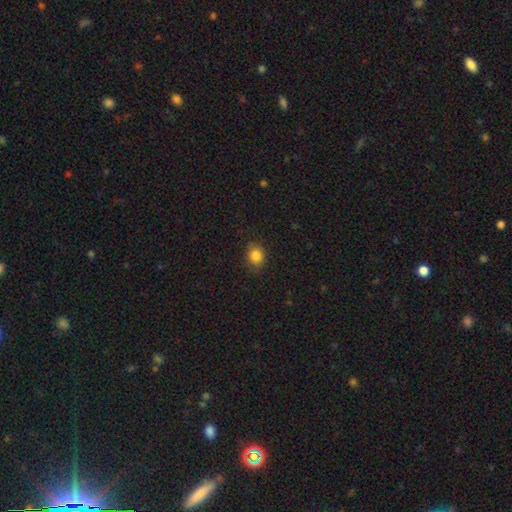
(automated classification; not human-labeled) This is clearly a smooth galaxy (84%). How rounded: likely round (60%). Merging: clearly none (81%).